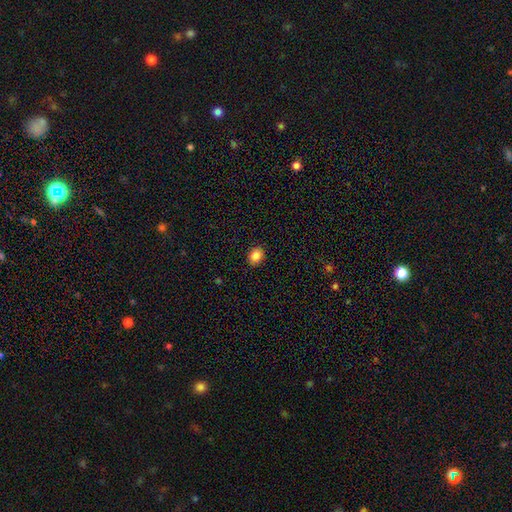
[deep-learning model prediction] This appears to be a smooth galaxy with no disk features (86%) that is in between round and cigar-shaped (51%). Merging: none (90%).